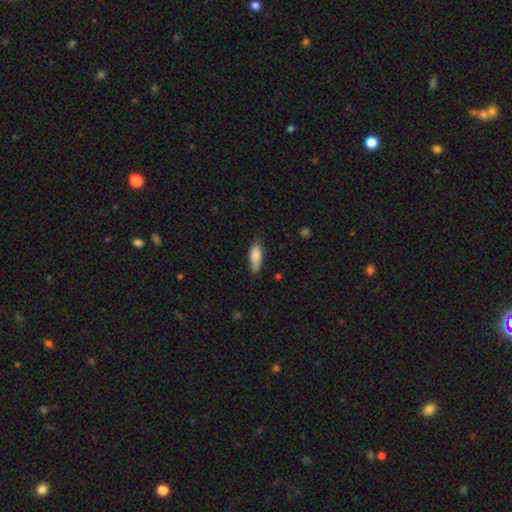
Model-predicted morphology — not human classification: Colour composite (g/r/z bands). It shows a smooth galaxy with no disk features (82%) that is in between round and cigar-shaped (66%). Merging: none (71%).